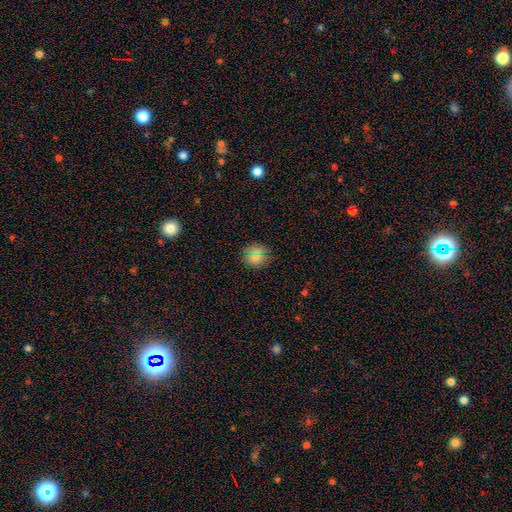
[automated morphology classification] Overall: smooth (74%). How rounded: round (83%). Merging: none (88%).